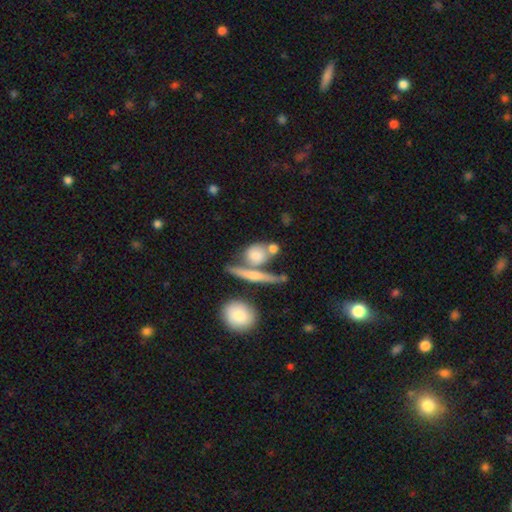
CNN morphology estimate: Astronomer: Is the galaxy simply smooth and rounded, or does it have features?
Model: smooth — 62%.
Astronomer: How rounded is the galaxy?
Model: round — 53% (runner-up: in between, 28%).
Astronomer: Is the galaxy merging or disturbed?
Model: none — 48% (runner-up: merger, 31%).